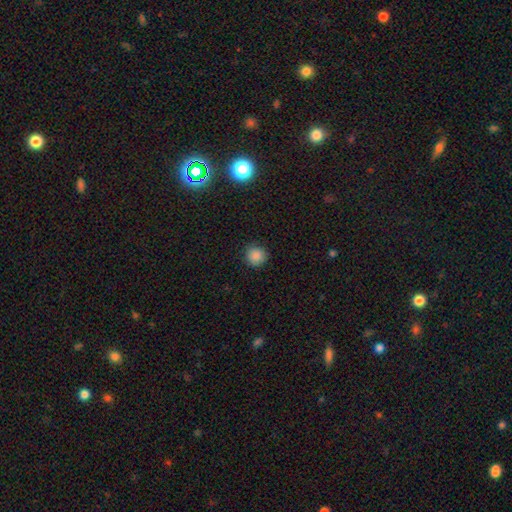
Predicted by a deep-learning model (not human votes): The model was most divided on "smooth or featured": smooth: 85%, star or artifact: 11%, featured or disk: 3%. More confident: how rounded — round (94%); merging — none (89%).